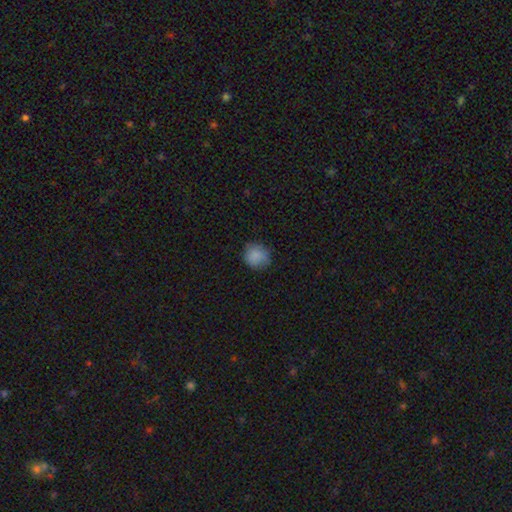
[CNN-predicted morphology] smooth-or-featured: smooth: 86% | star or artifact: 9% | featured or disk: 5%
  how-rounded: round: 87% | in between: 12% | cigar-shaped: 1%
  merging: none: 79% | minor disturbance: 16% | major disturbance: 4% | merger: 1%